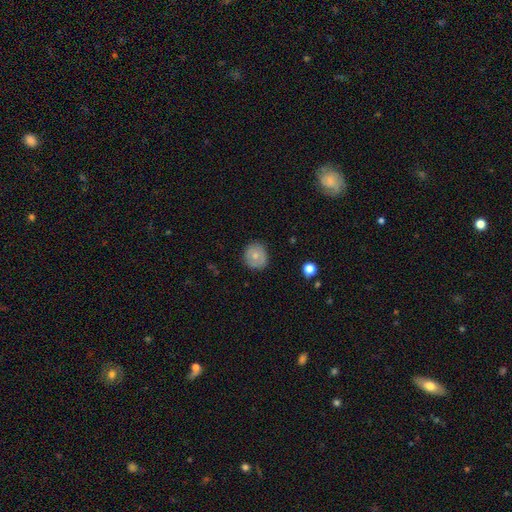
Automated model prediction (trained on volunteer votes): Smooth or featured? Predicted: smooth (p=0.70). How rounded? Predicted: round (p=0.87). Merging? Predicted: none (p=0.82).